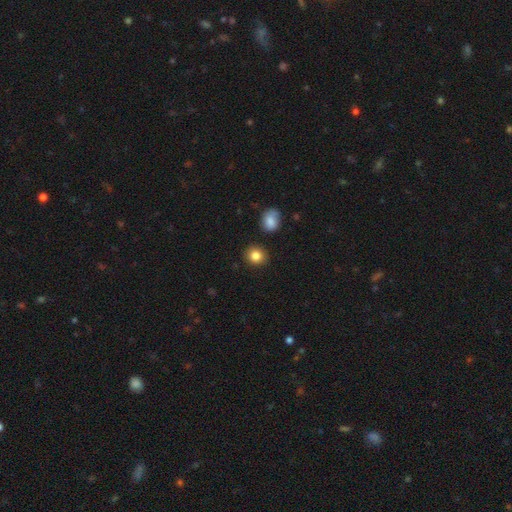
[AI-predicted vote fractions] Smooth or featured? Predicted: smooth (p=0.85). How rounded? Predicted: round (p=0.85). Merging? Predicted: none (p=0.89).